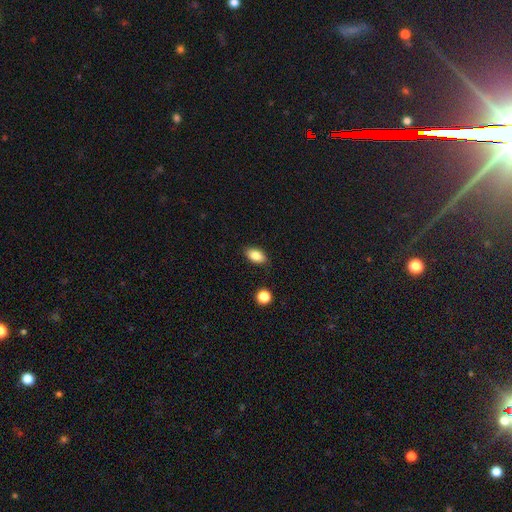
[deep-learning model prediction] Morphology: type=smooth (84%); roundness=in between (90%); merging=none (86%).